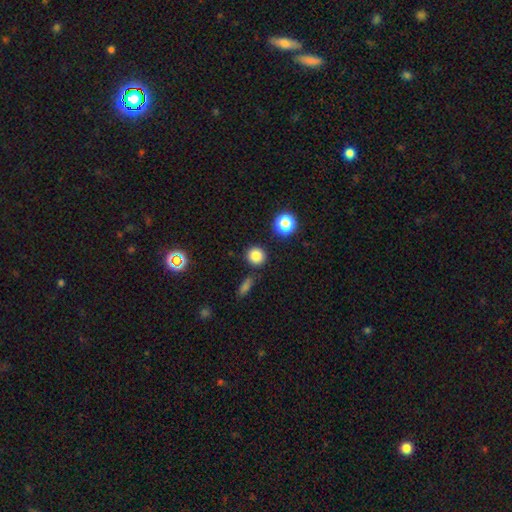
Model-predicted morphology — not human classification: Smooth or featured: smooth — 83% (star or artifact — 12%)
How rounded: round — 91% (in between — 7%)
Merging: none — 87% (minor disturbance — 7%)